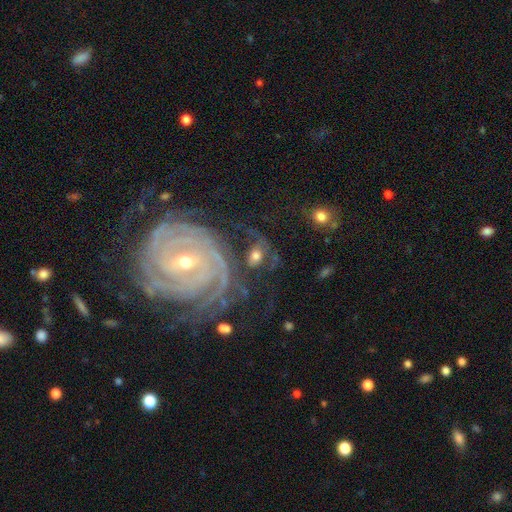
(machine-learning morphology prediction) smooth_or_featured: featured or disk (p=0.45) [alt: smooth p=0.44]
merging: none (p=0.52) [alt: minor disturbance p=0.21]